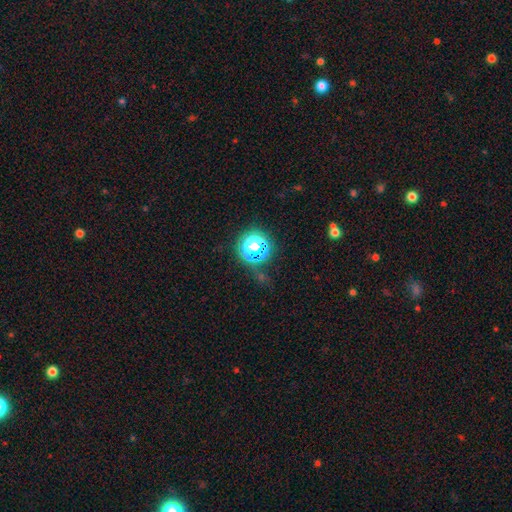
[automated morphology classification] Q: Smooth or featured?
A: star or artifact (72%); runner-up: smooth (20%)